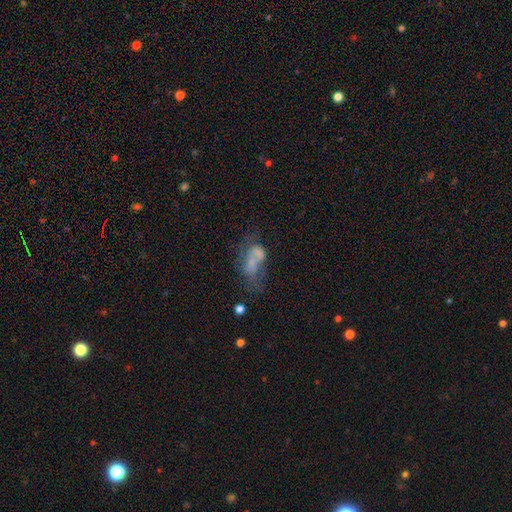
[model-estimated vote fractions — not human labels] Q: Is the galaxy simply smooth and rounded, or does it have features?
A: smooth — 43%, tied with featured or disk.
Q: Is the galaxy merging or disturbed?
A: merger — 33%.